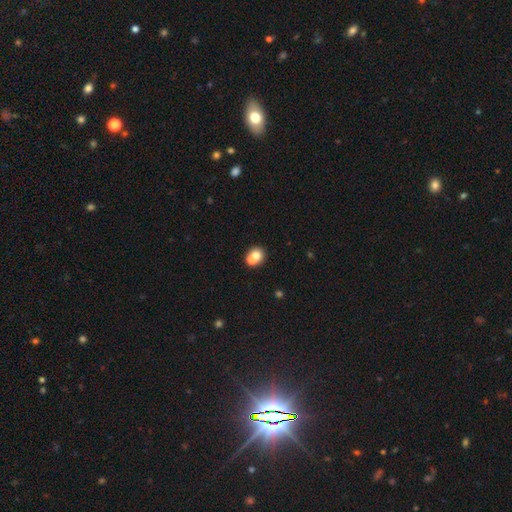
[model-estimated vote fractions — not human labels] Morphology: type=smooth (71%); roundness=round (73%); merging=merger (52%).